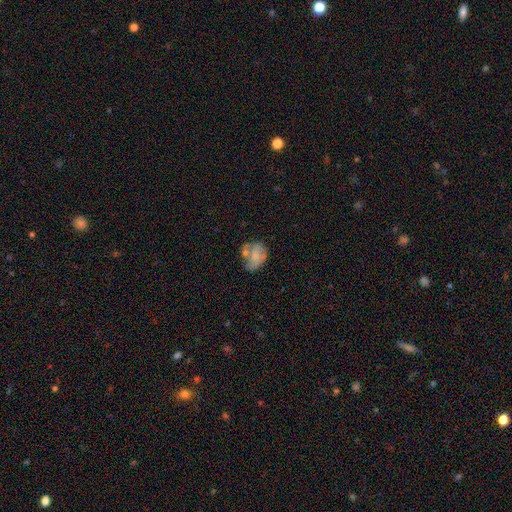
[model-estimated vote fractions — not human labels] Q: Smooth or featured?
A: smooth (46%); runner-up: featured or disk (45%)
Q: Merging?
A: none (33%); runner-up: merger (24%)